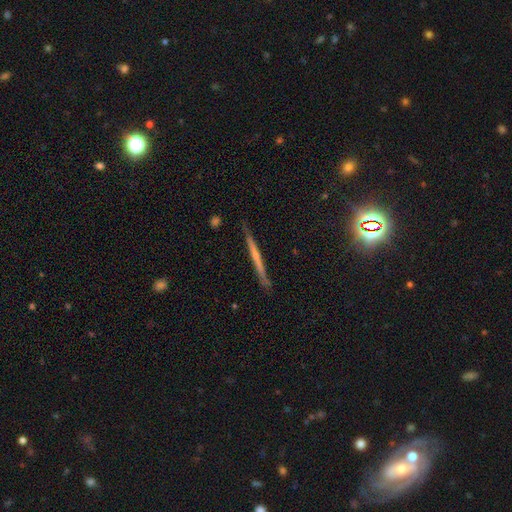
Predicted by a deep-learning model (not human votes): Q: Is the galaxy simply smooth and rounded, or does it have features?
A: featured or disk — 65%.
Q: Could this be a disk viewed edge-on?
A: yes — 97%.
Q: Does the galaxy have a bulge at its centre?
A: none — 54%.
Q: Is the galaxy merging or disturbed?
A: none — 84%.